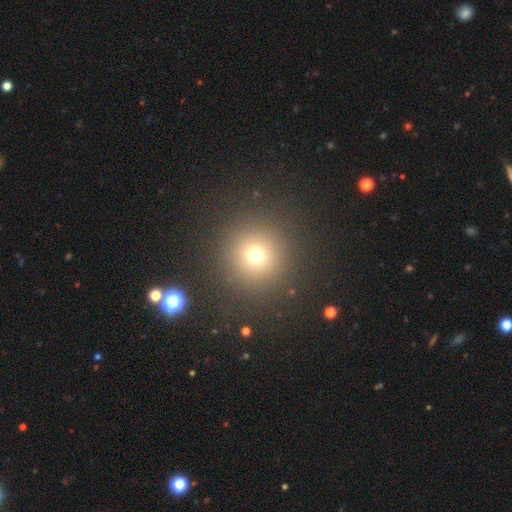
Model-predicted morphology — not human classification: smooth-or-featured: smooth: 70% | star or artifact: 21% | featured or disk: 9%
  how-rounded: round: 95% | in between: 4% | cigar-shaped: 1%
  merging: none: 87% | minor disturbance: 6% | major disturbance: 4% | merger: 2%